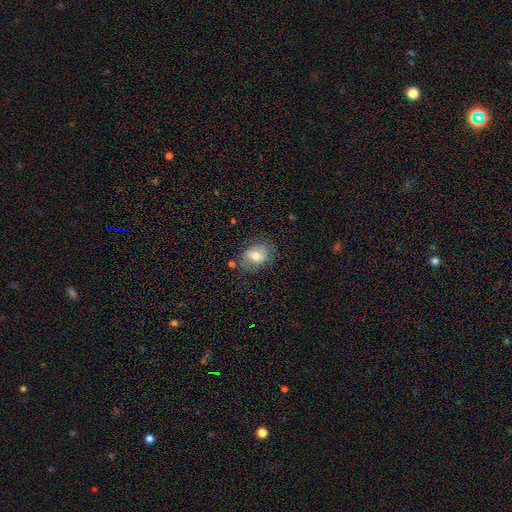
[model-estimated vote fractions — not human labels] smooth-or-featured: smooth: 67% | featured or disk: 24% | star or artifact: 9%
  how-rounded: in between: 70% | round: 29% | cigar-shaped: 1%
  merging: none: 65% | minor disturbance: 23% | major disturbance: 9% | merger: 4%